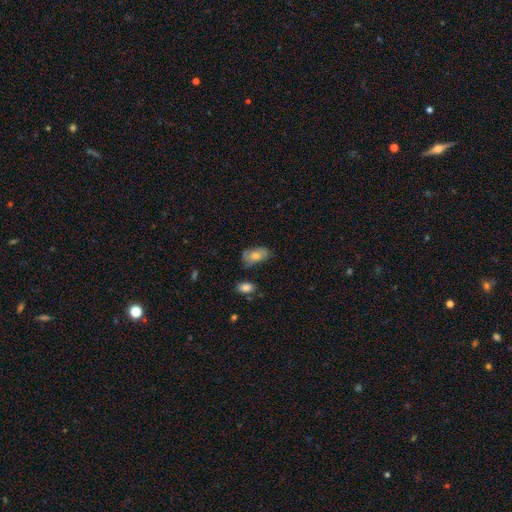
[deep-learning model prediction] Morphology: type=smooth (67%); roundness=in between (90%); merging=none (62%).